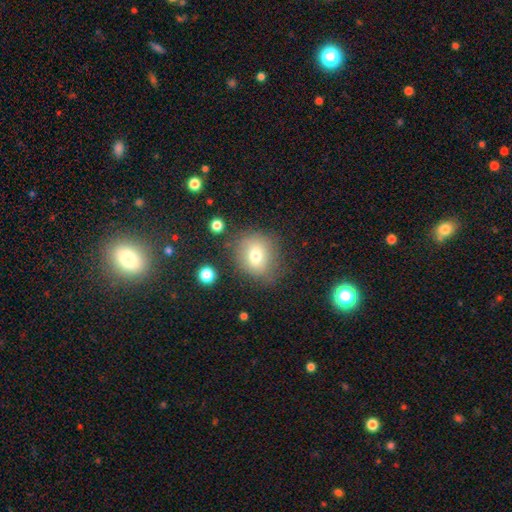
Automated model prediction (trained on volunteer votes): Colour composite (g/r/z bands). It shows a smooth galaxy with no disk features (71%) that is round (72%). Merging: none (68%).